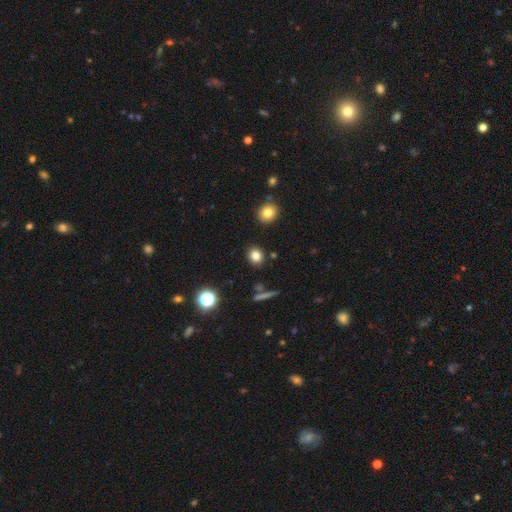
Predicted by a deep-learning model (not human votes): Morphology: type=smooth (81%); roundness=round (70%); merging=none (88%).